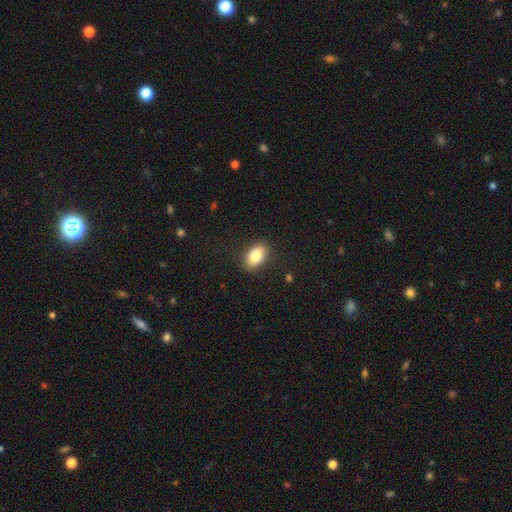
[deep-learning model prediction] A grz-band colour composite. It shows a smooth galaxy with no disk features (82%) that is in between round and cigar-shaped (88%). Merging: none (88%).